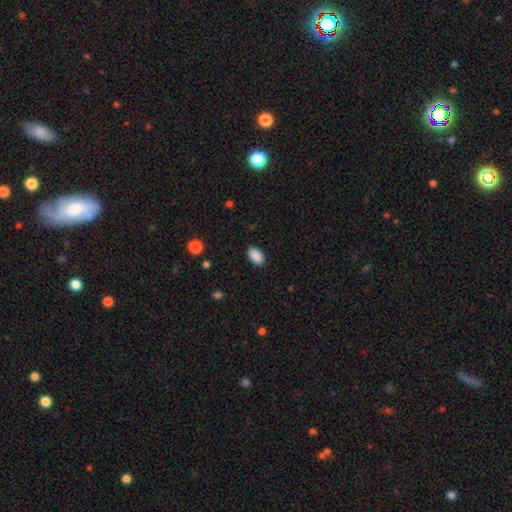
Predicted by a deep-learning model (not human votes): Q: Smooth or featured?
A: smooth (90%); runner-up: star or artifact (8%)
Q: How rounded?
A: in between (93%); runner-up: round (6%)
Q: Merging?
A: none (89%); runner-up: minor disturbance (8%)